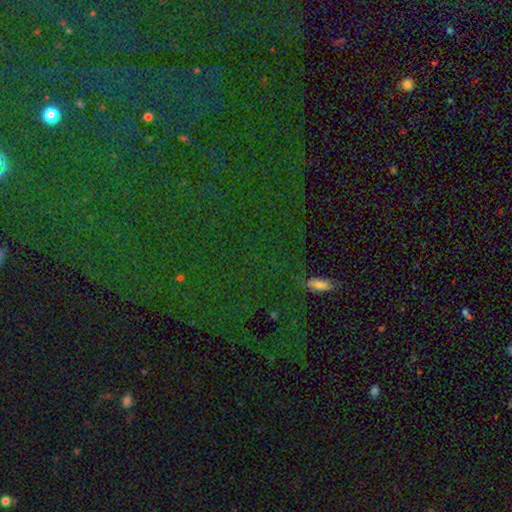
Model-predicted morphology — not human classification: star or artifact 80%, smooth 10%, featured or disk 9%.